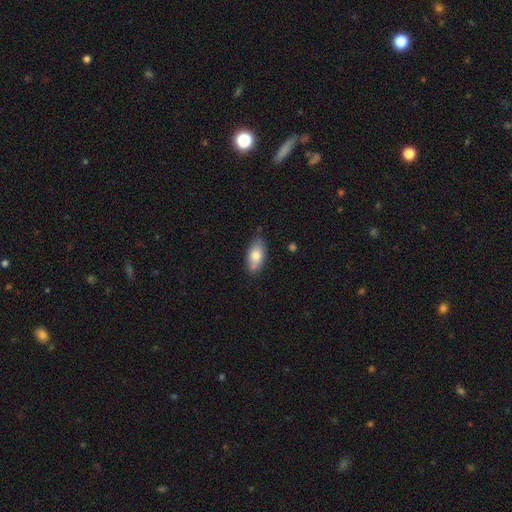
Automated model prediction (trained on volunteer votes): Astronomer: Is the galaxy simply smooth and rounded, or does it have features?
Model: smooth — 78%.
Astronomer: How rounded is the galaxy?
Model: in between — 91%.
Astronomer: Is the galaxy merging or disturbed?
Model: none — 72%.